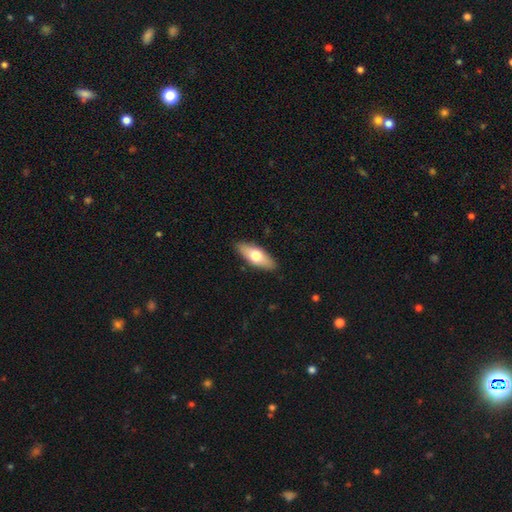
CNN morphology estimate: Smooth or featured?
  - smooth: 61% *
  - featured or disk: 34%
  - star or artifact: 6%
How rounded?
  - in between: 71% *
  - cigar-shaped: 26%
  - round: 3%
Merging?
  - none: 88% *
  - minor disturbance: 9%
  - major disturbance: 2%
  - merger: 1%